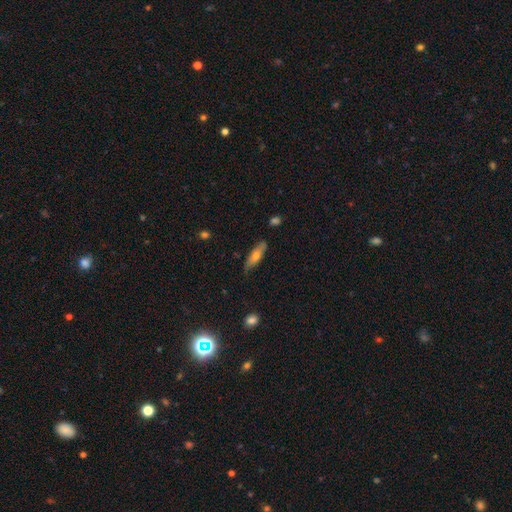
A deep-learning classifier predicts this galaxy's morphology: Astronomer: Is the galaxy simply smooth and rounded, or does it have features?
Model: smooth — 62%.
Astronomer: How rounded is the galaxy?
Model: cigar-shaped — 55% (runner-up: in between, 42%).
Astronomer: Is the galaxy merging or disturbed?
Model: none — 77%.